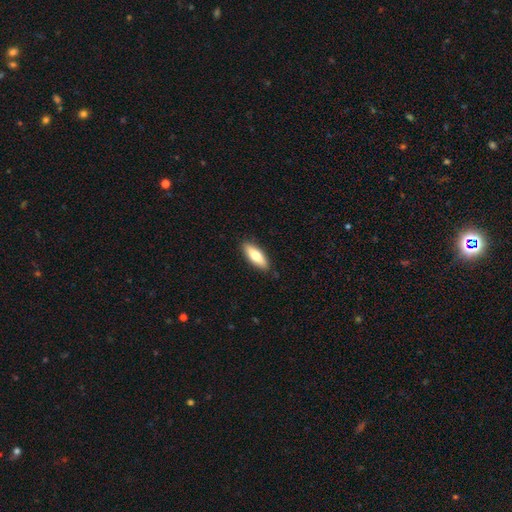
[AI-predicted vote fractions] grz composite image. It shows a smooth galaxy with no disk features (72%) that is in between round and cigar-shaped (62%). Merging: none (88%).